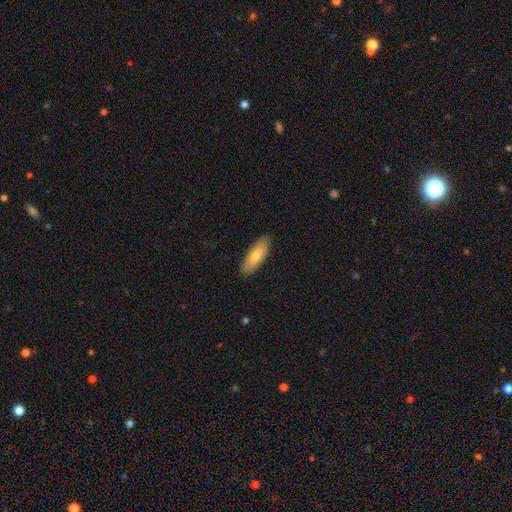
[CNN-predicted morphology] A smooth galaxy with no disk features (74%) that is in between round and cigar-shaped (62%). Merging: none (88%).